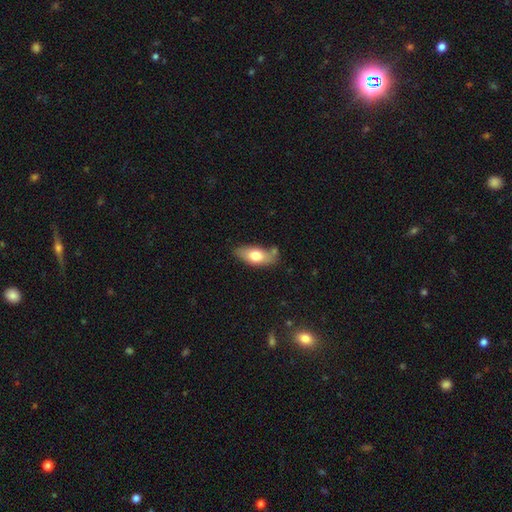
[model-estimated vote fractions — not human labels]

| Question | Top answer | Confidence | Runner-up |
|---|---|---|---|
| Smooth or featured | smooth | 71% | featured or disk (23%) |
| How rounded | in between | 85% | cigar-shaped (11%) |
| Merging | none | 66% | minor disturbance (21%) |